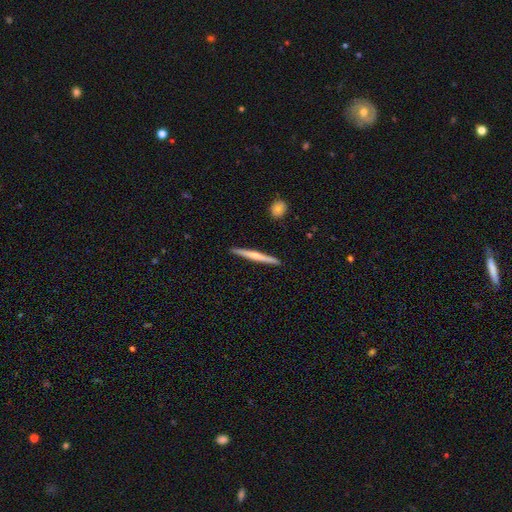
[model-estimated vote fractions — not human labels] featured or disk 49%, smooth 46%, star or artifact 5%. Down the decision tree: merging — none (91%).